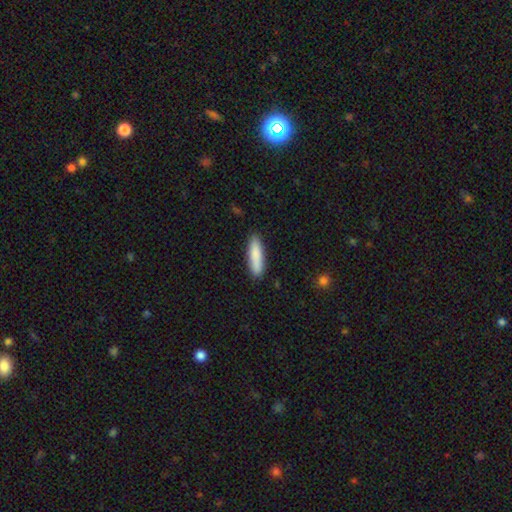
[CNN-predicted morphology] Smooth or featured? Predicted: smooth (p=0.86). How rounded? Predicted: cigar-shaped (p=0.72). Merging? Predicted: none (p=0.88).